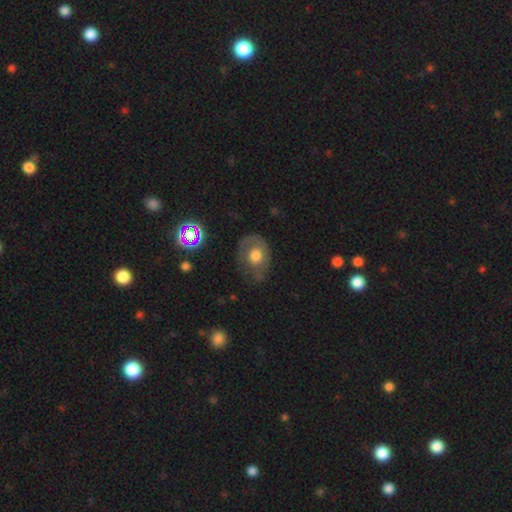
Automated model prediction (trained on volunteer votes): Smooth or featured: smooth — 49% (featured or disk — 43%)
Merging: none — 56% (minor disturbance — 25%)